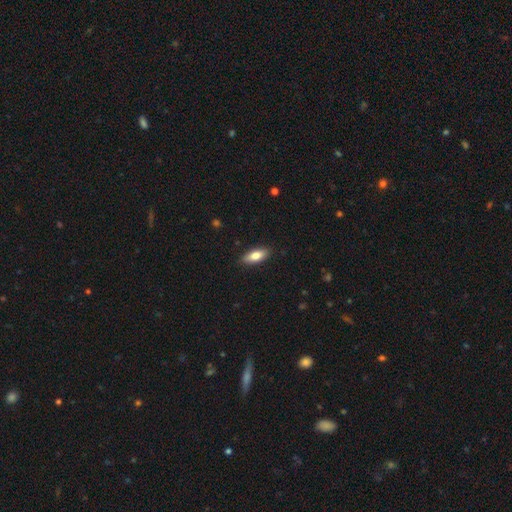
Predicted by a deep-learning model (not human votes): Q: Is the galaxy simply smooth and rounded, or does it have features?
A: smooth — 79%.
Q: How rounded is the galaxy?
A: in between — 78%.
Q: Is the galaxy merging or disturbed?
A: none — 88%.